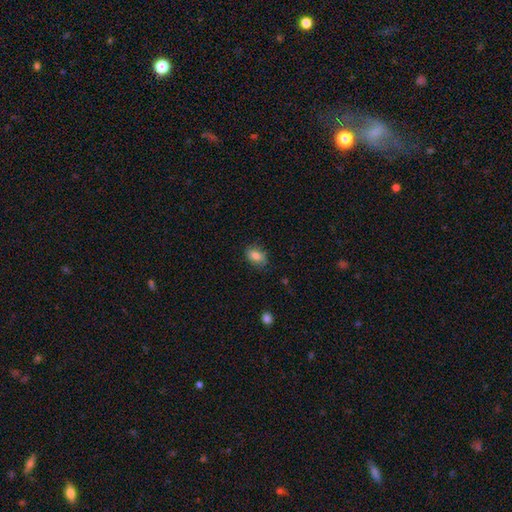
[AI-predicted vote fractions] Morphology: type=smooth (80%); roundness=in between (82%); merging=none (77%).